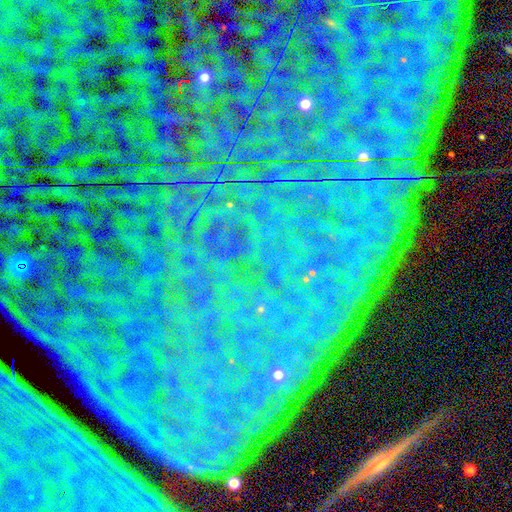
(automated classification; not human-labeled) The model was most divided on "smooth or featured": star or artifact: 86%, featured or disk: 7%, smooth: 7%.